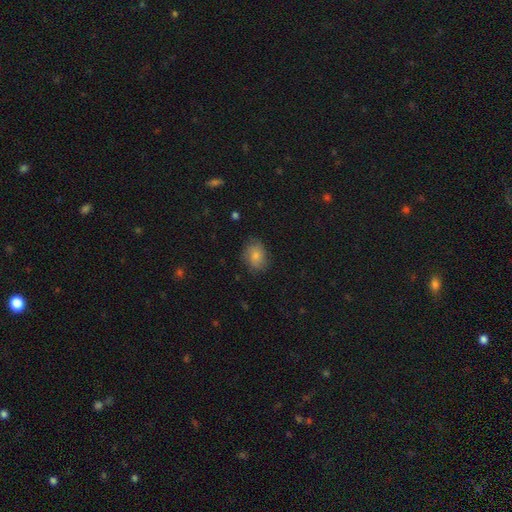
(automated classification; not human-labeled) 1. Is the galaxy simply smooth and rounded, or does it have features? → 77% smooth, 15% featured or disk, 8% star or artifact.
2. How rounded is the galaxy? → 58% in between, 41% round, 1% cigar-shaped.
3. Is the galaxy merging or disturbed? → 73% none, 20% minor disturbance, 5% major disturbance, 1% merger.